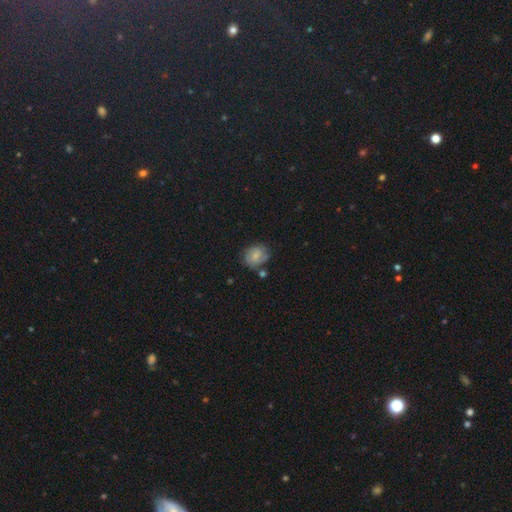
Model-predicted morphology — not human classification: A smooth galaxy with no disk features (53%) that is round (68%). Merging: none (65%).